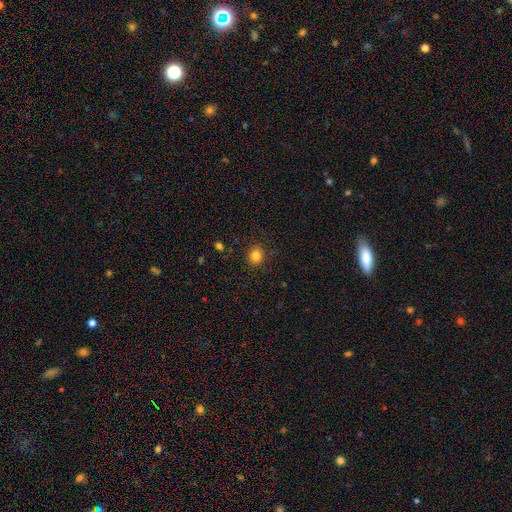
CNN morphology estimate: Smooth or featured?
  - smooth: 84% *
  - star or artifact: 12%
  - featured or disk: 5%
How rounded?
  - round: 76% *
  - in between: 23%
  - cigar-shaped: 1%
Merging?
  - none: 87% *
  - minor disturbance: 9%
  - major disturbance: 3%
  - merger: 1%